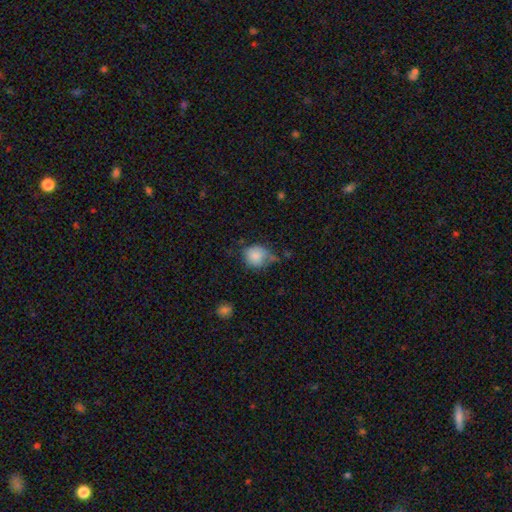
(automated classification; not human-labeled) smooth-or-featured: smooth: 82% | featured or disk: 10% | star or artifact: 8%
  how-rounded: round: 79% | in between: 20% | cigar-shaped: 1%
  merging: none: 45% | minor disturbance: 36% | major disturbance: 13% | merger: 6%